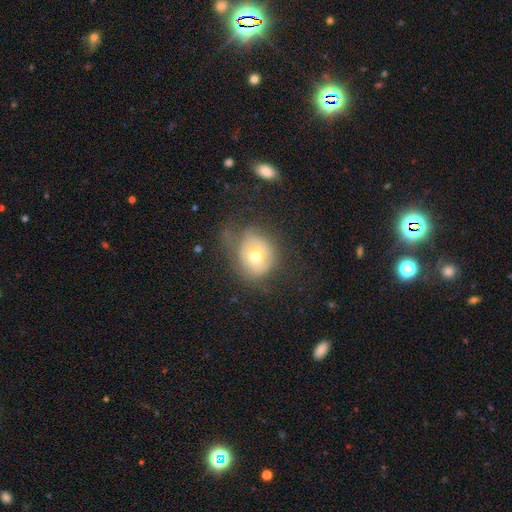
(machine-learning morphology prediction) smooth 60%, featured or disk 30%, star or artifact 11%. Down the decision tree: how rounded — round (69%); merging — none (43%).